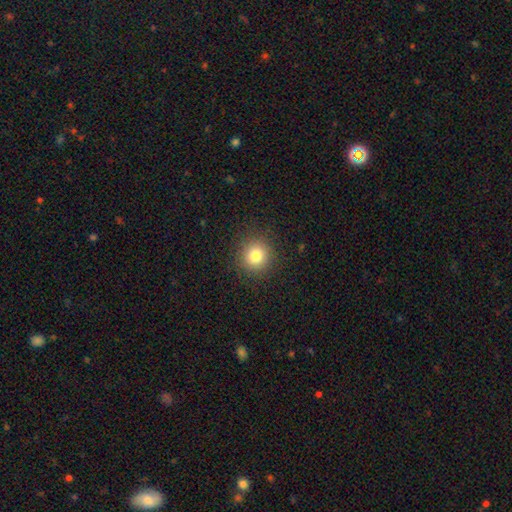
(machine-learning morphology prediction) Smooth or featured? Predicted: smooth (p=0.80). How rounded? Predicted: round (p=0.93). Merging? Predicted: none (p=0.90).